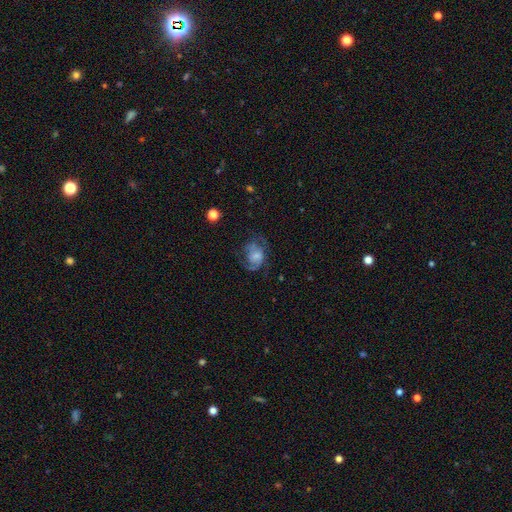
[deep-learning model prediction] smooth_or_featured: featured or disk (p=0.52) [alt: smooth p=0.38]
disk_edge_on: no (p=0.97) [alt: yes p=0.03]
bar: no (p=0.69) [alt: weak p=0.26]
has_spiral_arms: yes (p=0.69) [alt: no p=0.31]
bulge_size: moderate (p=0.31) [alt: small p=0.30]
merging: none (p=0.43) [alt: major disturbance p=0.31]